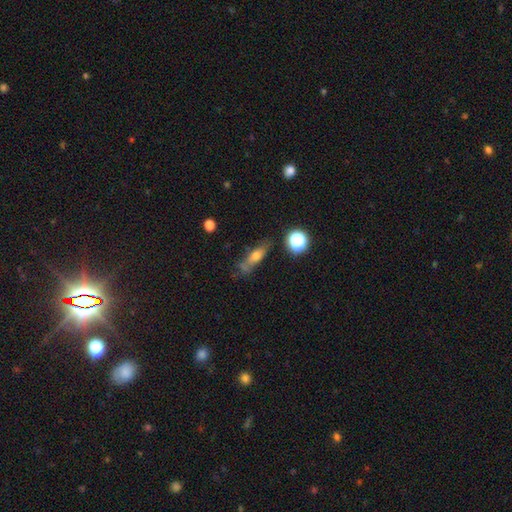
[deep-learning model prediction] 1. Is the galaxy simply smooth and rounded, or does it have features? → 59% smooth, 27% featured or disk, 13% star or artifact.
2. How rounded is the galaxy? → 46% cigar-shaped, 44% in between, 10% round.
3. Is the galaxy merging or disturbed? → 58% none, 24% minor disturbance, 10% major disturbance, 8% merger.